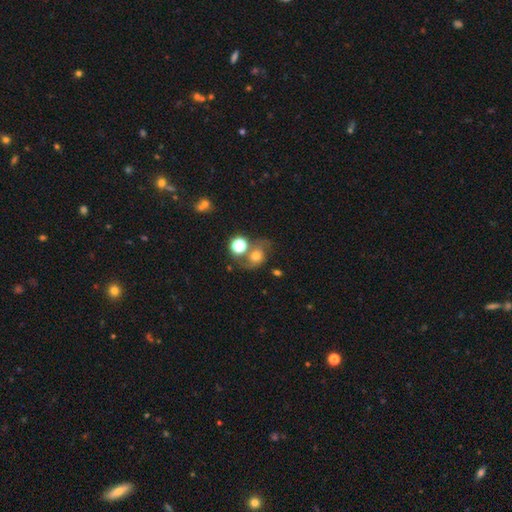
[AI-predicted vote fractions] Morphology: type=smooth (45%); merging=none (48%).